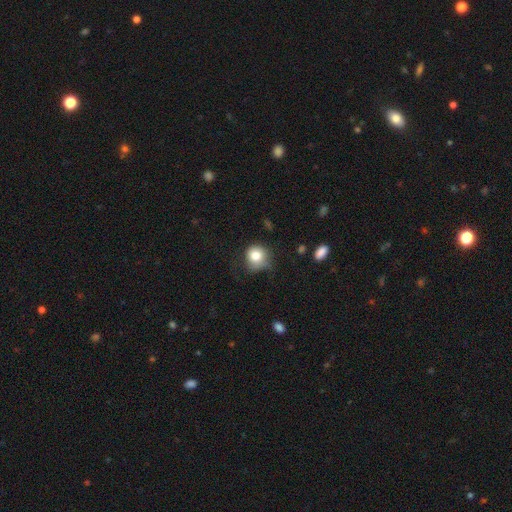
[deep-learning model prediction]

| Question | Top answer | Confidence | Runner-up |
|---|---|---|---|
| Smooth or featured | smooth | 79% | star or artifact (11%) |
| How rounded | round | 88% | in between (11%) |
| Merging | none | 58% | minor disturbance (30%) |